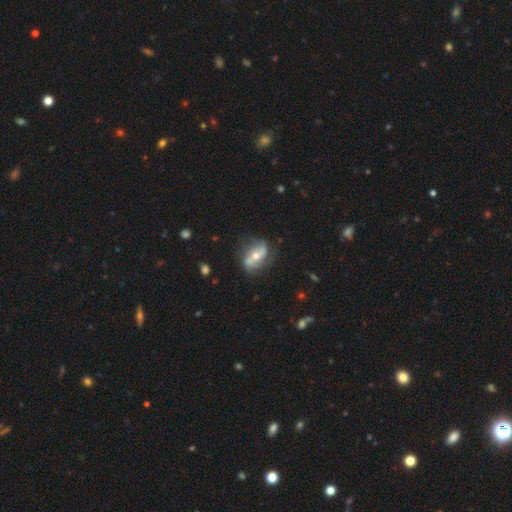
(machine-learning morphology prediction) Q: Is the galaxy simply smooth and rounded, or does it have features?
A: featured or disk — 72%.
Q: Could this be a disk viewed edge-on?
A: no — 93%.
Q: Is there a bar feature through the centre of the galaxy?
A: no — 43%.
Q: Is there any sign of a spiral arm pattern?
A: yes — 82%.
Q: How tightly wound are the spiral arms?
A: loose — 64%.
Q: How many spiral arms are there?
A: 2 — 83%.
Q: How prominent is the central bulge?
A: moderate — 62%.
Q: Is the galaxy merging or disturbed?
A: none — 63%.